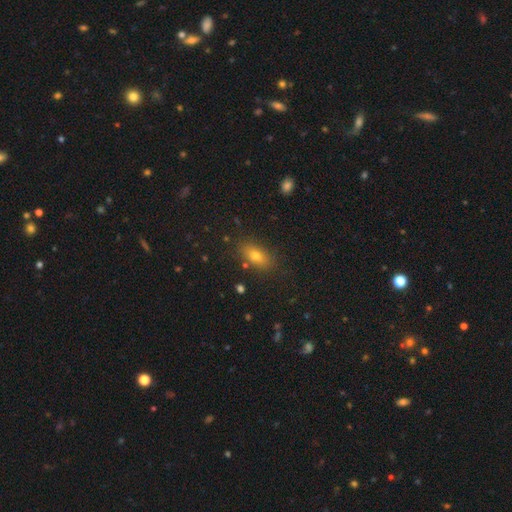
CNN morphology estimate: A smooth galaxy with no disk features (73%) that is in between round and cigar-shaped (80%). Merging: none (84%).